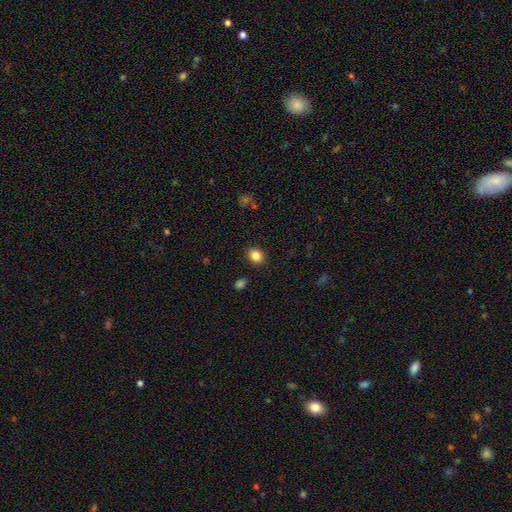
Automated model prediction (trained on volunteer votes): smooth-or-featured: smooth: 85% | star or artifact: 10% | featured or disk: 4%
  how-rounded: round: 55% | in between: 44% | cigar-shaped: 1%
  merging: none: 89% | minor disturbance: 7% | major disturbance: 2% | merger: 1%